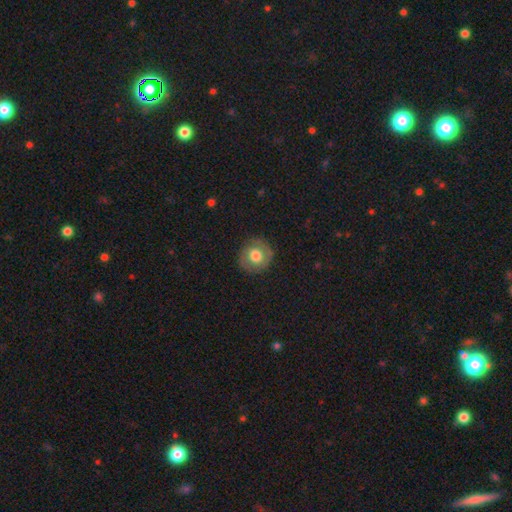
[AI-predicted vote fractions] smooth_or_featured: smooth (p=0.64) [alt: featured or disk p=0.28]
how_rounded: round (p=0.90) [alt: in between p=0.09]
merging: none (p=0.85) [alt: minor disturbance p=0.11]